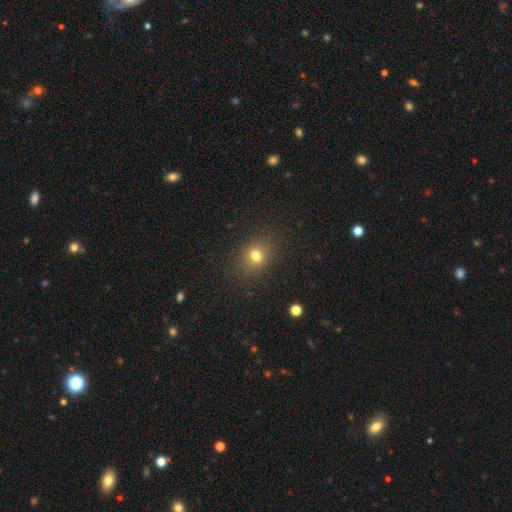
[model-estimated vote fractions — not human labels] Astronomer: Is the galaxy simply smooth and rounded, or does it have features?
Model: smooth — 75%.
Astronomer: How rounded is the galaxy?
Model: round — 60% (runner-up: in between, 39%).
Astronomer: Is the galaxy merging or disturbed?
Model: none — 84%.